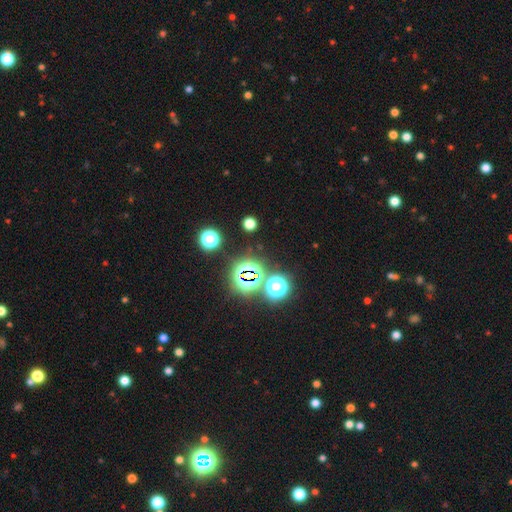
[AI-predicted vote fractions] The model was most divided on "smooth or featured": star or artifact: 81%, smooth: 13%, featured or disk: 6%.